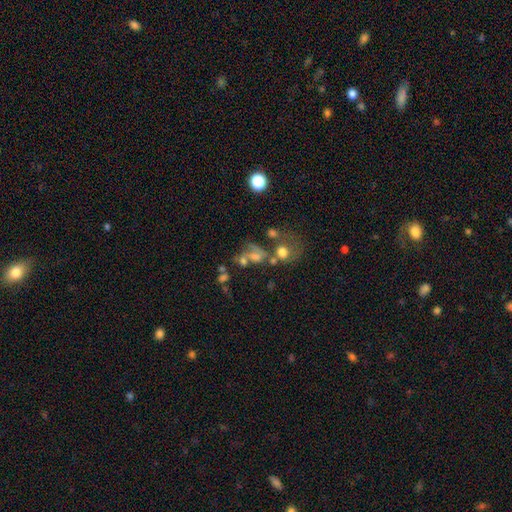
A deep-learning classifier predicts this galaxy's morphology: This is marginally a featured or disk galaxy (40%). Merging: marginally merger (37%).